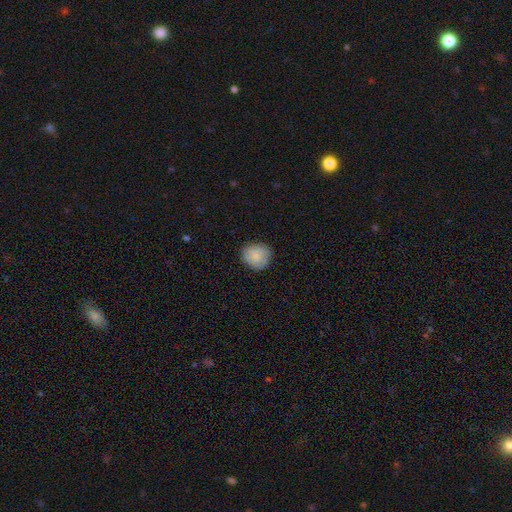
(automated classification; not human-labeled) smooth-or-featured: smooth: 79% | featured or disk: 14% | star or artifact: 7%
  how-rounded: round: 79% | in between: 20% | cigar-shaped: 1%
  merging: none: 79% | minor disturbance: 17% | major disturbance: 3% | merger: 1%